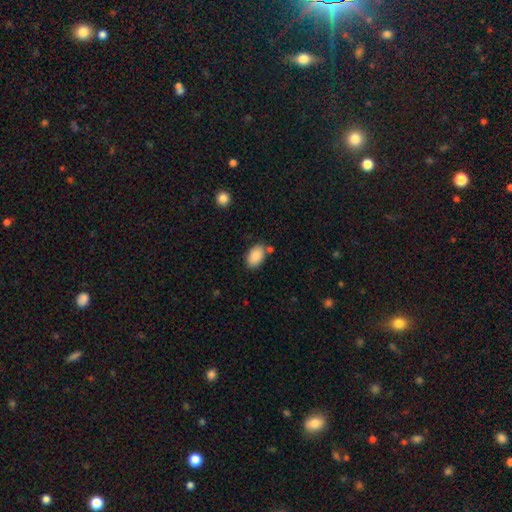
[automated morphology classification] smooth 88%, star or artifact 7%, featured or disk 5%. Down the decision tree: how rounded — in between (91%); merging — none (75%).